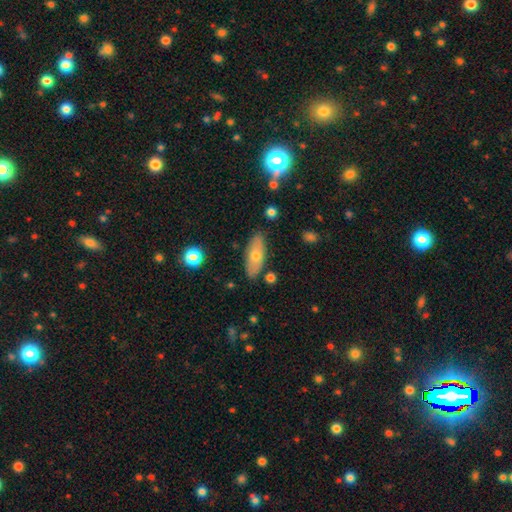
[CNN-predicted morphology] Smooth or featured: smooth — 59% (featured or disk — 32%)
How rounded: in between — 68% (cigar-shaped — 28%)
Merging: none — 84% (minor disturbance — 11%)